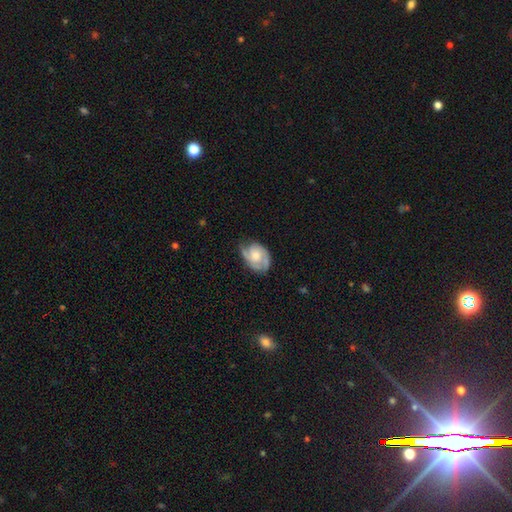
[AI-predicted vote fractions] A featured or disk galaxy (64%) with no bar (75%), 2 (54%) tight (44%) spiral arms (87%) and a moderate central bulge (56%). Merging: none (54%).